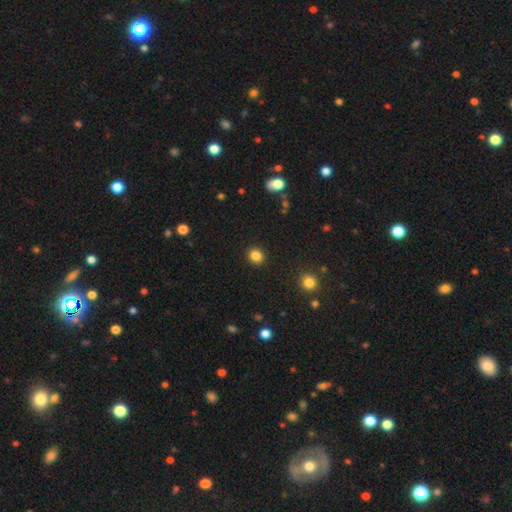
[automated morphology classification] Smooth or featured? smooth (84%)
How rounded? round (80%)
Merging? none (91%)